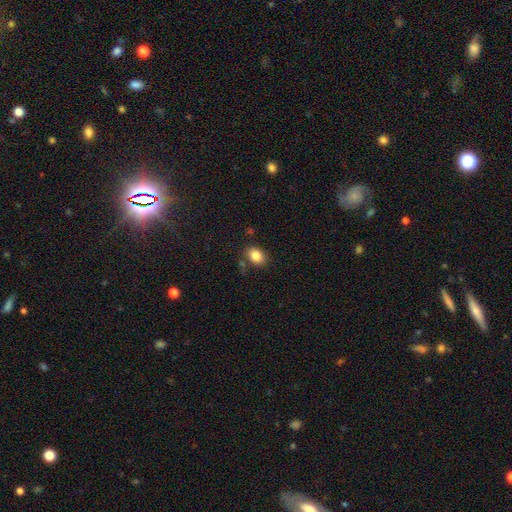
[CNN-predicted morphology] A smooth galaxy with no disk features (84%) that is in between round and cigar-shaped (69%). Merging: none (79%).